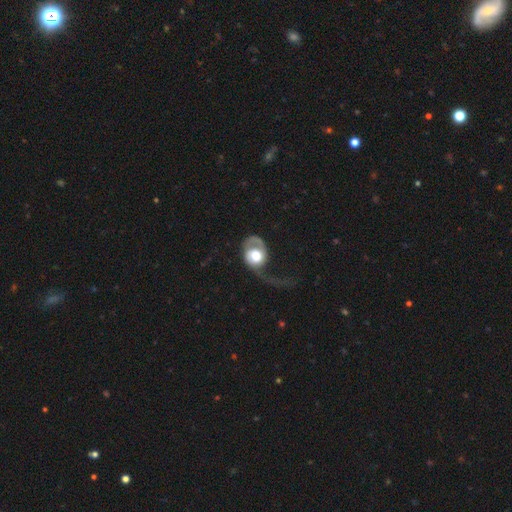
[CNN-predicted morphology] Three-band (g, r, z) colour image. It shows a featured or disk galaxy (62%) with no bar (78%), spiral arms (79%) and a large central bulge (50%). Merging: major disturbance (61%).